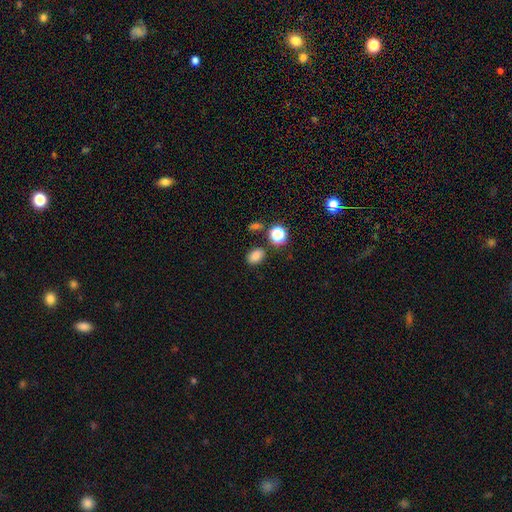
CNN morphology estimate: The model was most divided on "how rounded": in between: 72%, round: 27%, cigar-shaped: 1%. More confident: smooth or featured — smooth (80%); merging — none (79%).